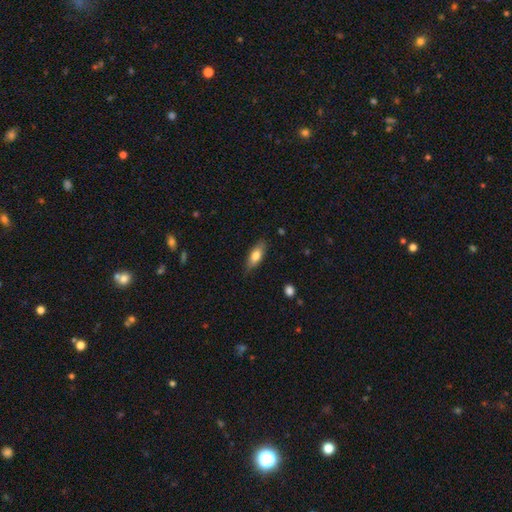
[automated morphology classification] type=smooth (74%); roundness=in between (72%); merging=none (81%).